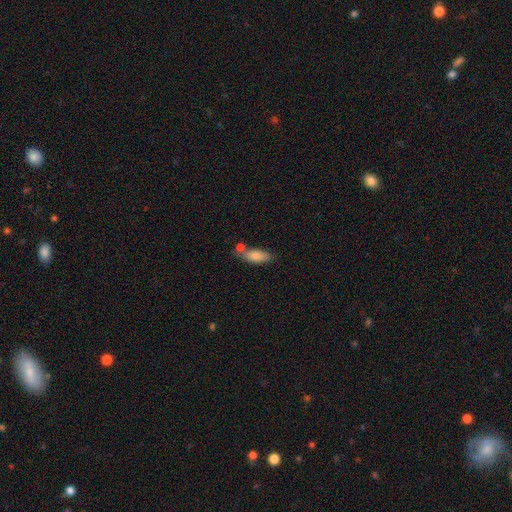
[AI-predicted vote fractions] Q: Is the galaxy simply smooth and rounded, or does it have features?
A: smooth — 82%.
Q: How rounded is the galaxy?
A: in between — 74%.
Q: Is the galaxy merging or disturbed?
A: none — 56%.